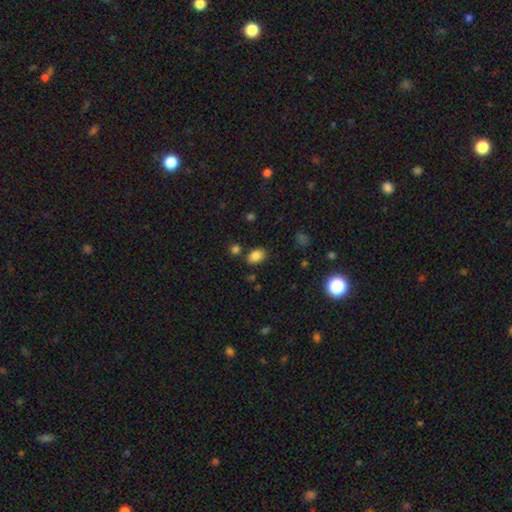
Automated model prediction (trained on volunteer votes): Overall: smooth (84%). How rounded: in between (80%). Merging: none (78%).